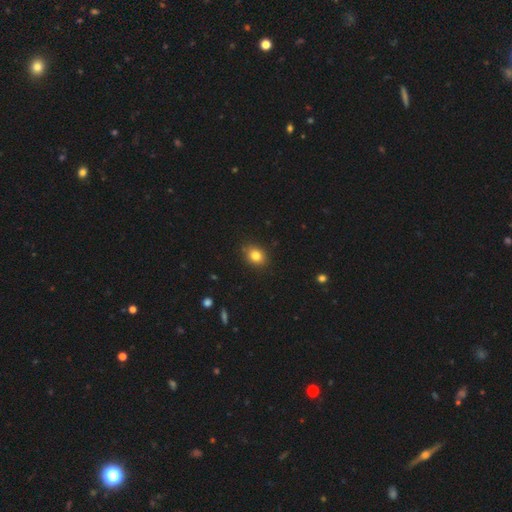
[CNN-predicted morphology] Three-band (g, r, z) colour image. It shows a smooth galaxy with no disk features (82%) that is in between round and cigar-shaped (50%). Merging: none (87%).